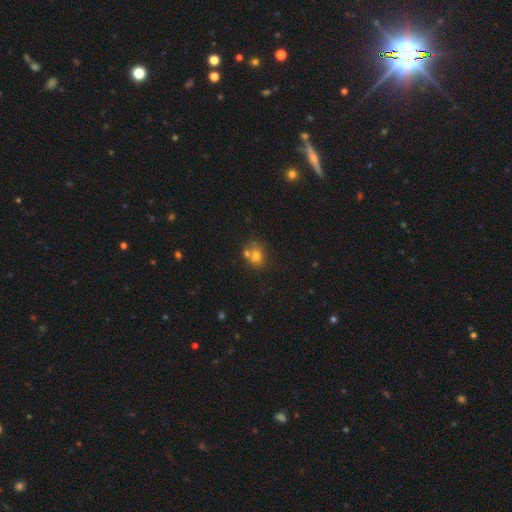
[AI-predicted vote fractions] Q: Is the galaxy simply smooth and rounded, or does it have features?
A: smooth — 67%.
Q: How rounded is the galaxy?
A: round — 62%.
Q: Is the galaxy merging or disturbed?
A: none — 43%.